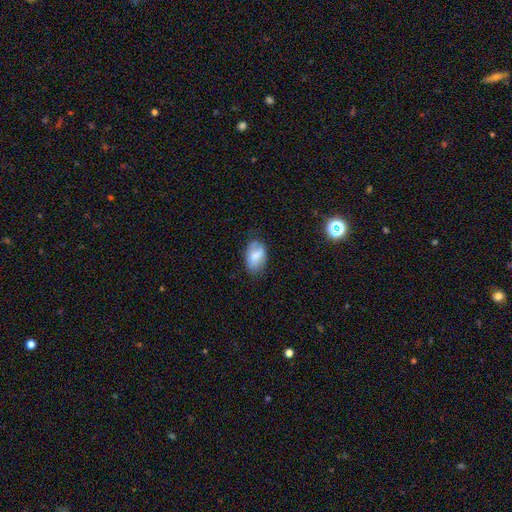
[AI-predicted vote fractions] The model was most divided on "merging": none: 66%, minor disturbance: 26%, major disturbance: 6%, merger: 1%. More confident: how rounded — in between (90%); smooth or featured — smooth (75%).